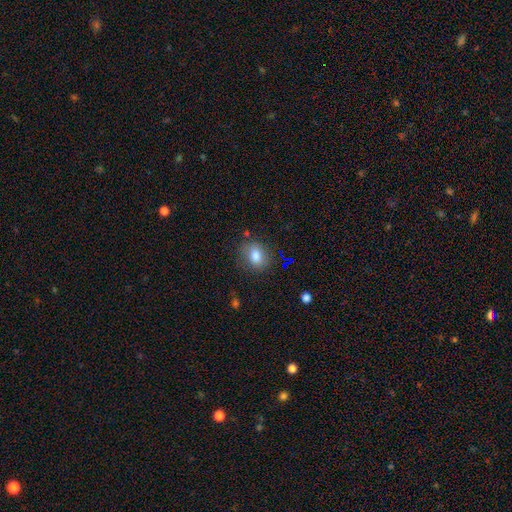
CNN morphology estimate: Smooth or featured? Predicted: smooth (p=0.81). How rounded? Predicted: in between (p=0.52). Merging? Predicted: none (p=0.79).